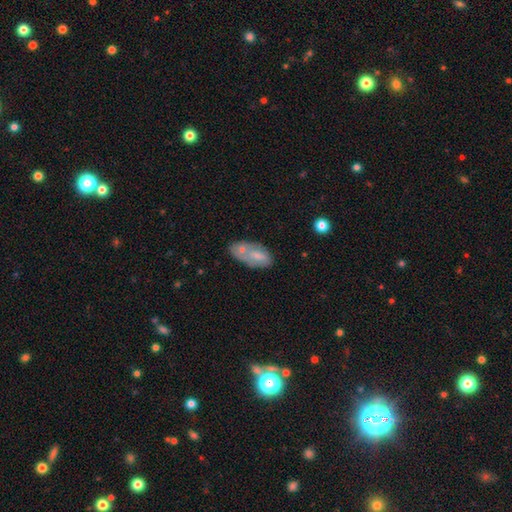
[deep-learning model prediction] This is likely a smooth galaxy (65%). How rounded: clearly in between (89%). Merging: marginally none (40%).